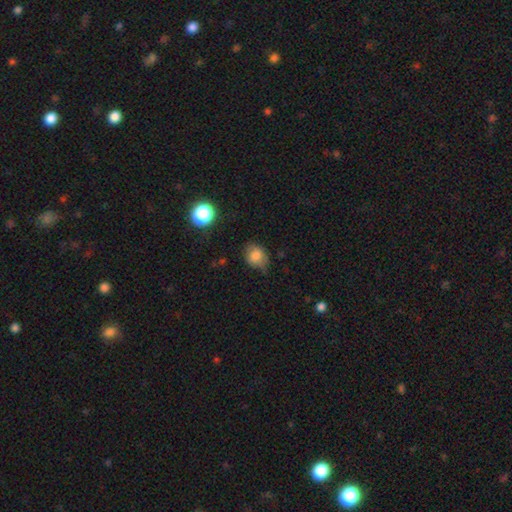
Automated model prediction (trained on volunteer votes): Smooth or featured? smooth (81%)
How rounded? round (55%)
Merging? none (64%)